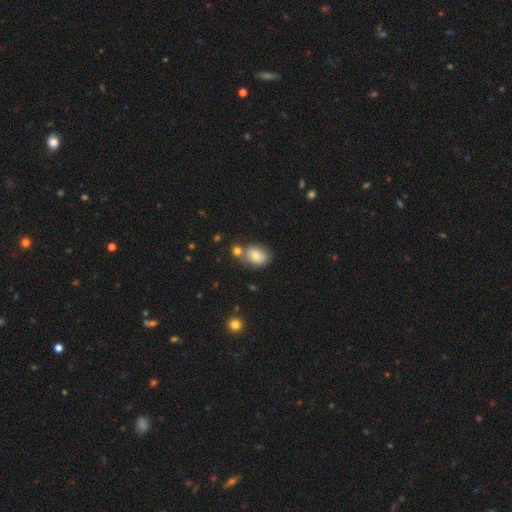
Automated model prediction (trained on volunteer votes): smooth-or-featured: smooth: 71% | featured or disk: 21% | star or artifact: 9%
  how-rounded: in between: 73% | round: 26% | cigar-shaped: 1%
  merging: none: 56% | merger: 21% | minor disturbance: 18% | major disturbance: 5%